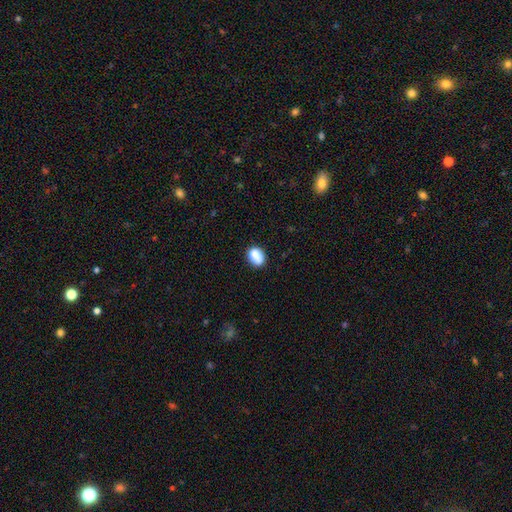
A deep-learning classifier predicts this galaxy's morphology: Smooth or featured? Predicted: smooth (p=0.83). How rounded? Predicted: in between (p=0.67). Merging? Predicted: none (p=0.73).